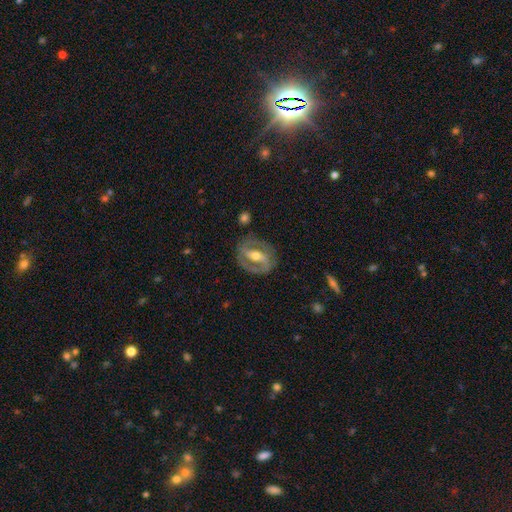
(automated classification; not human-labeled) smooth_or_featured: featured or disk (p=0.82) [alt: smooth p=0.13]
disk_edge_on: no (p=0.95) [alt: yes p=0.05]
bar: strong (p=0.54) [alt: weak p=0.31]
has_spiral_arms: yes (p=0.80) [alt: no p=0.20]
spiral_winding: tight (p=0.44) [alt: medium p=0.43]
spiral_arm_count: 2 (p=0.85) [alt: can't tell p=0.08]
bulge_size: moderate (p=0.68) [alt: small p=0.25]
merging: none (p=0.80) [alt: minor disturbance p=0.13]